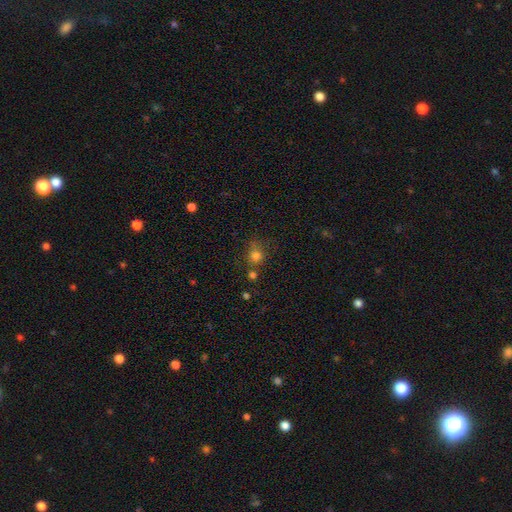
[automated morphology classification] This appears to be a smooth galaxy with no disk features (76%) that is round (80%). Merging: none (56%).